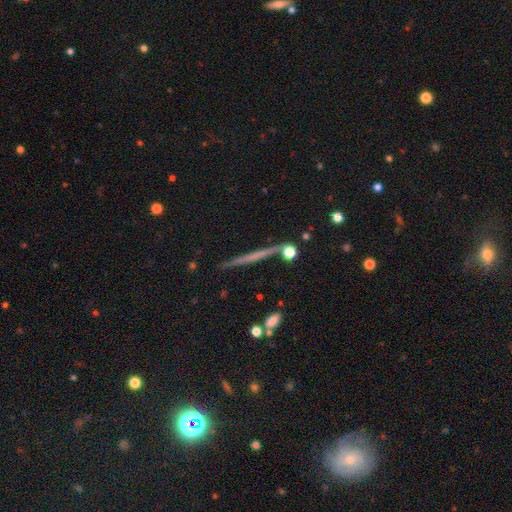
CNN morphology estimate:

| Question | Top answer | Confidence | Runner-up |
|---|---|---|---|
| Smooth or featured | featured or disk | 58% | smooth (33%) |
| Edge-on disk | yes | 97% | no (3%) |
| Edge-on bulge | none | 82% | rounded (13%) |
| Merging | none | 89% | minor disturbance (7%) |